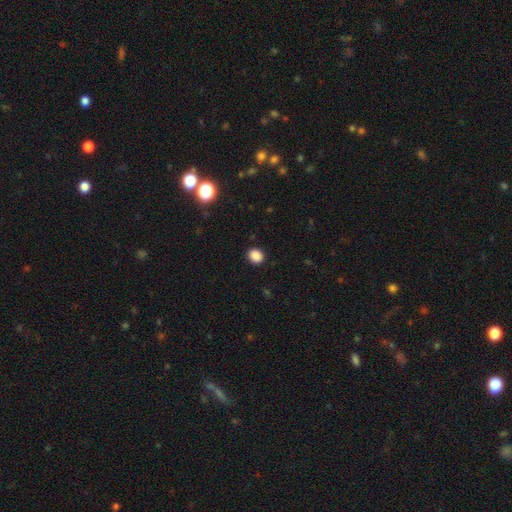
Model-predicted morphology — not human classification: Smooth or featured? smooth (87%)
How rounded? round (65%)
Merging? none (90%)